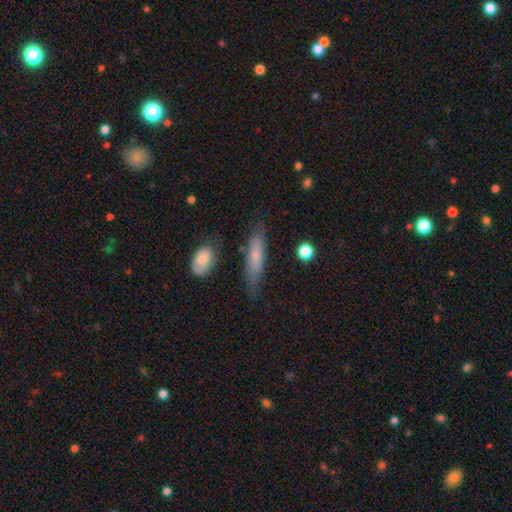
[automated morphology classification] Q: Smooth or featured?
A: smooth (63%); runner-up: featured or disk (30%)
Q: How rounded?
A: cigar-shaped (72%); runner-up: in between (25%)
Q: Merging?
A: none (72%); runner-up: minor disturbance (20%)